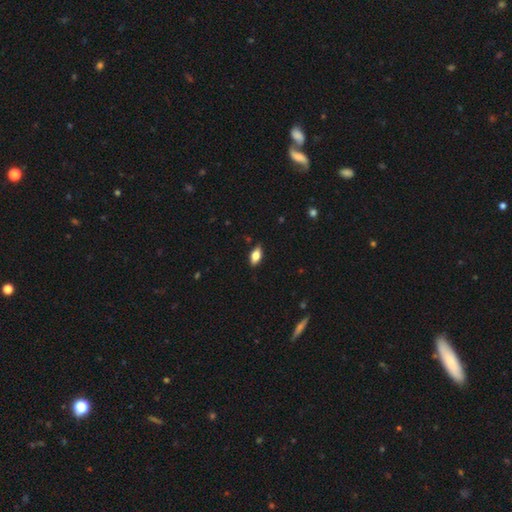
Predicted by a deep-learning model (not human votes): The model was most divided on "smooth or featured": smooth: 70%, featured or disk: 22%, star or artifact: 7%. More confident: how rounded — in between (87%); merging — none (85%).